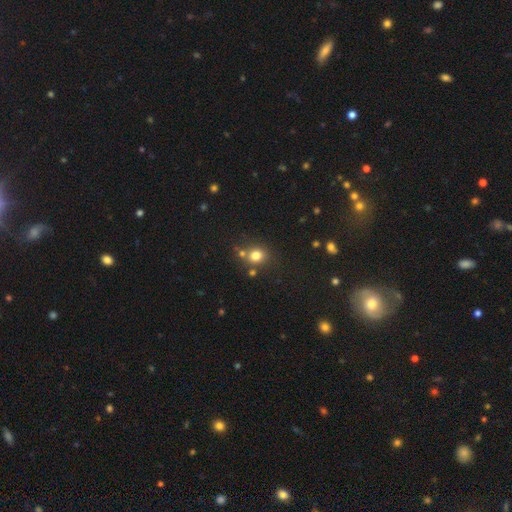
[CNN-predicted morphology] Smooth or featured? Predicted: smooth (p=0.78). How rounded? Predicted: round (p=0.78). Merging? Predicted: none (p=0.69).